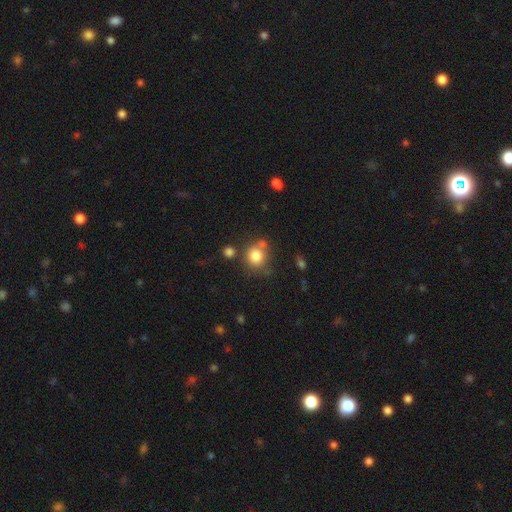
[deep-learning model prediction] Smooth or featured? Predicted: smooth (p=0.81). How rounded? Predicted: round (p=0.84). Merging? Predicted: none (p=0.63).